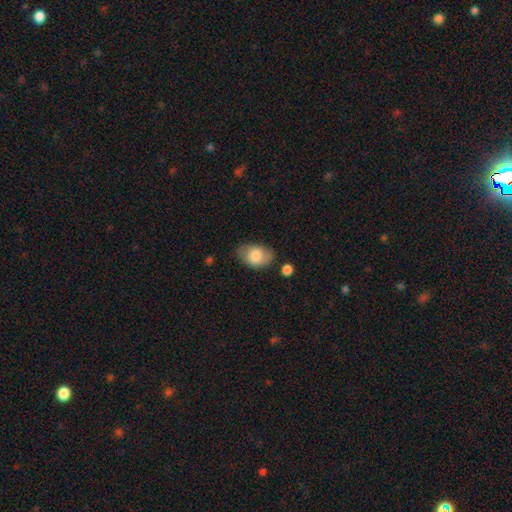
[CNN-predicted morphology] Smooth or featured?
  - smooth: 77% *
  - featured or disk: 16%
  - star or artifact: 7%
How rounded?
  - in between: 86% *
  - round: 13%
  - cigar-shaped: 1%
Merging?
  - none: 67% *
  - minor disturbance: 23%
  - major disturbance: 6%
  - merger: 4%